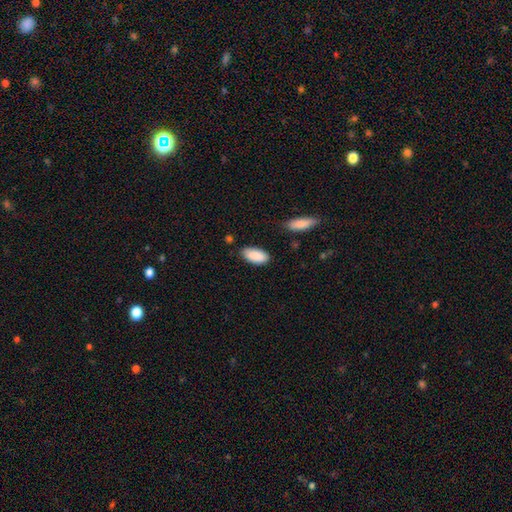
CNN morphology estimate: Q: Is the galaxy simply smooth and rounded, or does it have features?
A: smooth — 90%.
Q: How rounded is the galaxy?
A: in between — 92%.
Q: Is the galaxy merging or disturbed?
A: none — 79%.